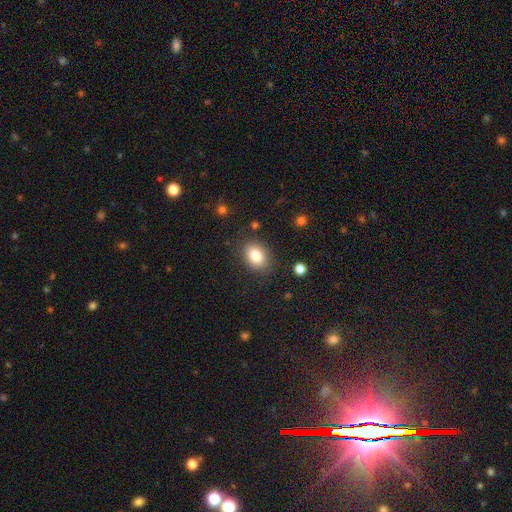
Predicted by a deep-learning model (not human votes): smooth 83%, star or artifact 9%, featured or disk 8%. Down the decision tree: how rounded — in between (71%); merging — none (83%).